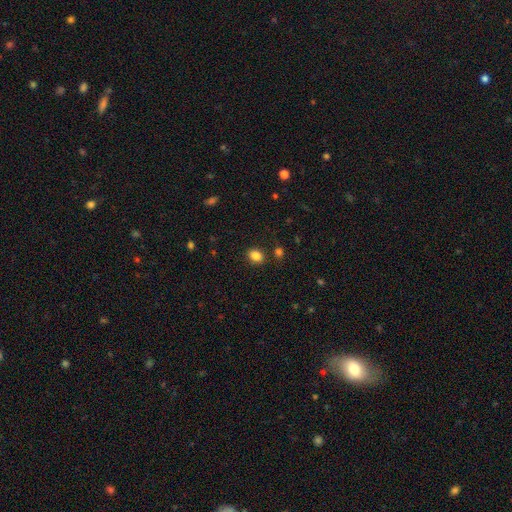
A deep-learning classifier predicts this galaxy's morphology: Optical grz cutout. It shows a smooth galaxy with no disk features (85%) that is in between round and cigar-shaped (62%). Merging: none (83%).